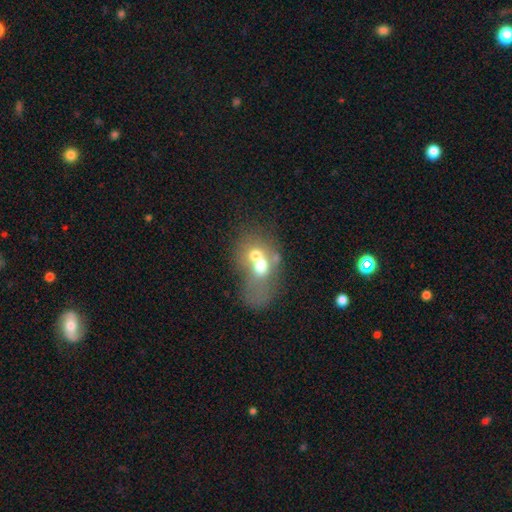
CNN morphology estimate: A smooth galaxy with no disk features (55%) that is in between round and cigar-shaped (55%).

Vote fractions:
- Smooth or featured? smooth: 55% / featured or disk: 33% / star or artifact: 12%
- How rounded? in between: 55% / round: 44% / cigar-shaped: 1%
- Merging? merger: 70% / none: 16% / major disturbance: 8% / minor disturbance: 7%